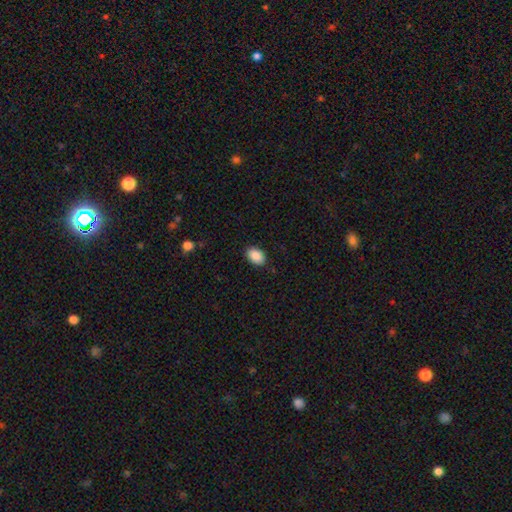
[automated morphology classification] smooth-or-featured: smooth: 90% | star or artifact: 7% | featured or disk: 3%
  how-rounded: in between: 86% | round: 13% | cigar-shaped: 1%
  merging: none: 88% | minor disturbance: 9% | major disturbance: 2% | merger: 1%